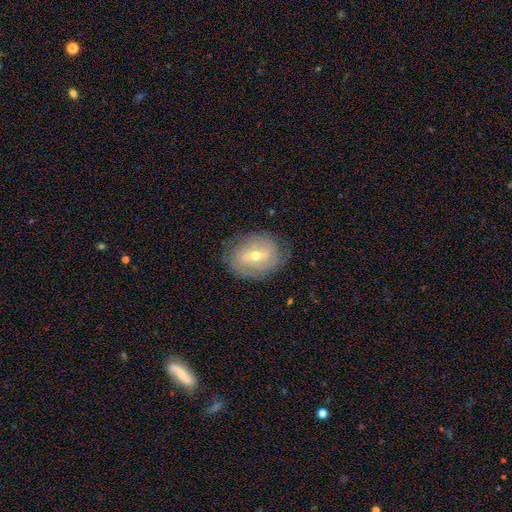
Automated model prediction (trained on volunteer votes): smooth-or-featured: featured or disk: 71% | smooth: 21% | star or artifact: 8%
  disk-edge-on: no: 93% | yes: 7%
    bar: weak: 46% | strong: 32% | no: 22%
    has-spiral-arms: yes: 74% | no: 26%
    bulge-size: moderate: 52% | small: 45% | large: 2% | none: 1% | dominant: 1%
  merging: none: 76% | minor disturbance: 16% | major disturbance: 6% | merger: 1%